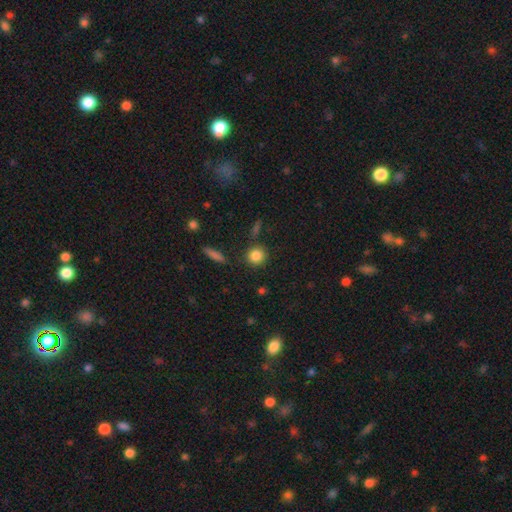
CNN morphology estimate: smooth 85%, star or artifact 10%, featured or disk 6%. Down the decision tree: how rounded — round (87%); merging — none (84%).